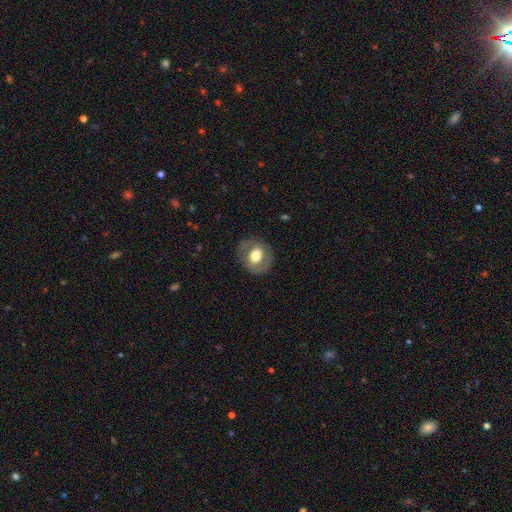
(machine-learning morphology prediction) Q: Smooth or featured?
A: smooth (51%); runner-up: featured or disk (42%)
Q: How rounded?
A: round (64%); runner-up: in between (35%)
Q: Merging?
A: none (82%); runner-up: minor disturbance (11%)